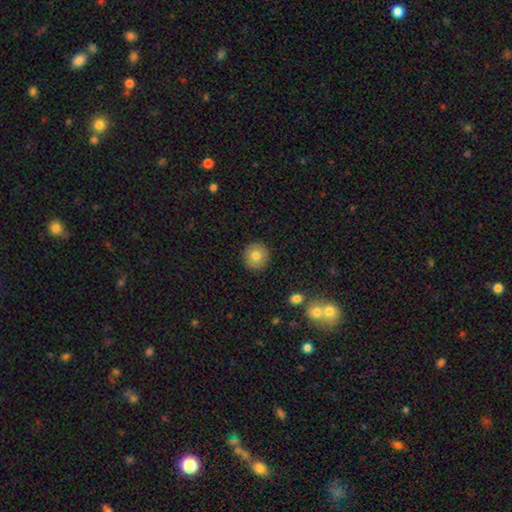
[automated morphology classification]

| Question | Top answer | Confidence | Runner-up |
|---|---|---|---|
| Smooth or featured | smooth | 79% | featured or disk (13%) |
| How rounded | round | 93% | in between (6%) |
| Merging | none | 91% | minor disturbance (6%) |